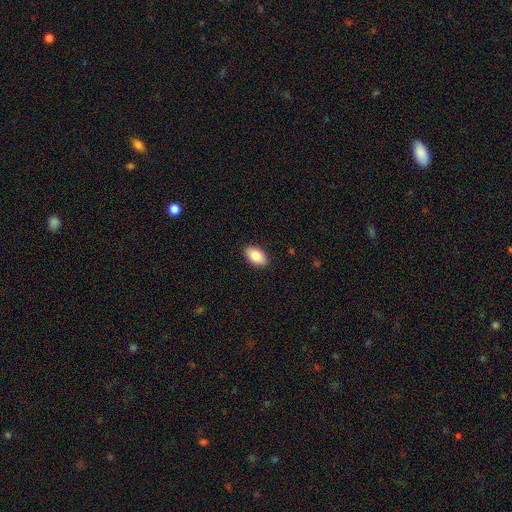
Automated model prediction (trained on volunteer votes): Q: Smooth or featured?
A: smooth (86%); runner-up: featured or disk (7%)
Q: How rounded?
A: in between (94%); runner-up: round (5%)
Q: Merging?
A: none (89%); runner-up: minor disturbance (8%)